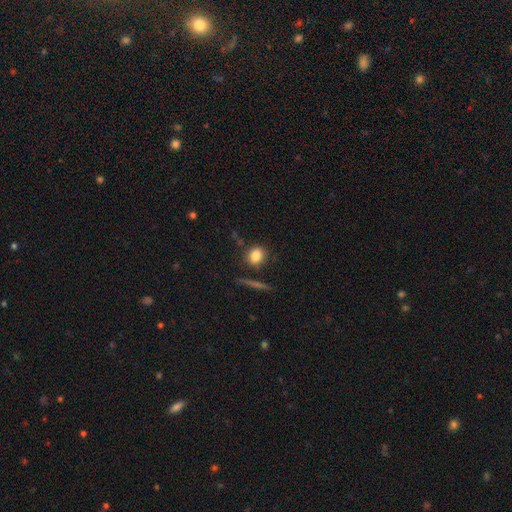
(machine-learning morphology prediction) This appears to be a smooth galaxy with no disk features (83%) that is round (68%). Merging: none (80%).